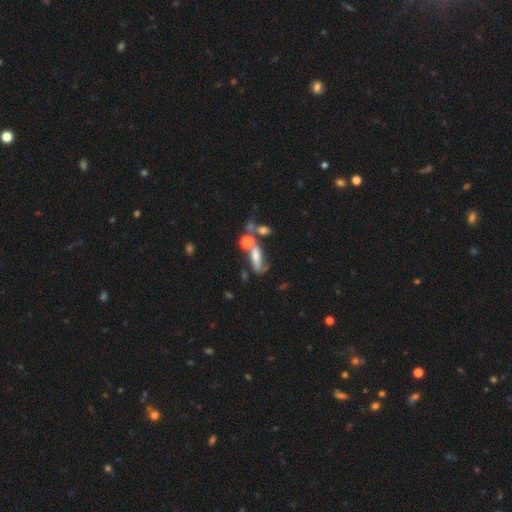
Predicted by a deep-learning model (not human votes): Overall: smooth (56%; featured or disk 30%). How rounded: in between (60%; cigar-shaped 31%). Merging: merger (32%; none 28%).